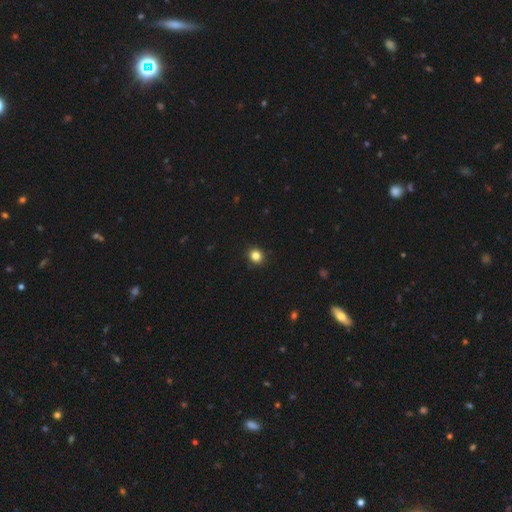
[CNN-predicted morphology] A smooth galaxy with no disk features (84%) that is round (80%). Merging: none (91%).